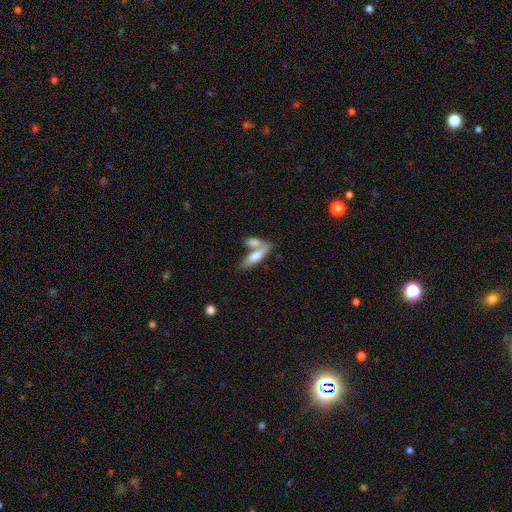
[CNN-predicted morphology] smooth-or-featured: smooth: 71% | featured or disk: 23% | star or artifact: 6%
  how-rounded: in between: 56% | cigar-shaped: 41% | round: 3%
  merging: merger: 52% | none: 36% | minor disturbance: 9% | major disturbance: 4%